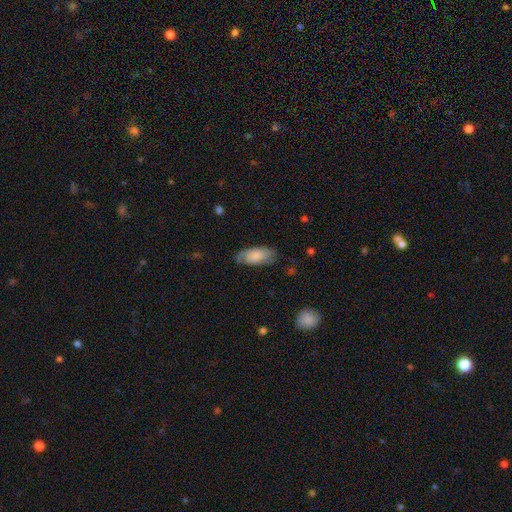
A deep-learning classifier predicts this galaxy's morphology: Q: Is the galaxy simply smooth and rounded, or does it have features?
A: smooth — 69%.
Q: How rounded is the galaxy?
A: in between — 90%.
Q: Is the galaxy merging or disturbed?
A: none — 65%.